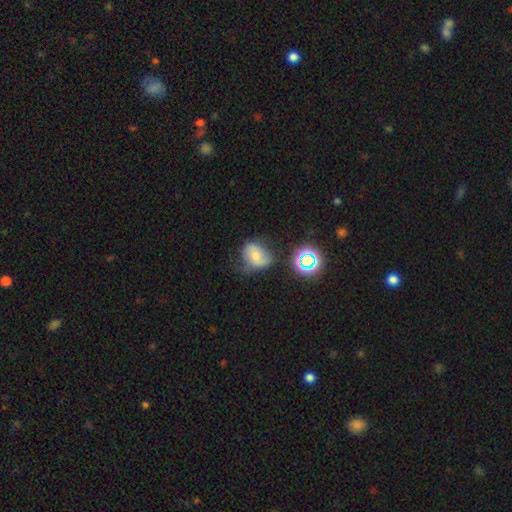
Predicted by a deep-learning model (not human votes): Smooth or featured?
  - smooth: 52% *
  - featured or disk: 31%
  - star or artifact: 16%
How rounded?
  - in between: 58% *
  - round: 41%
  - cigar-shaped: 1%
Merging?
  - none: 44% *
  - minor disturbance: 36%
  - major disturbance: 15%
  - merger: 5%